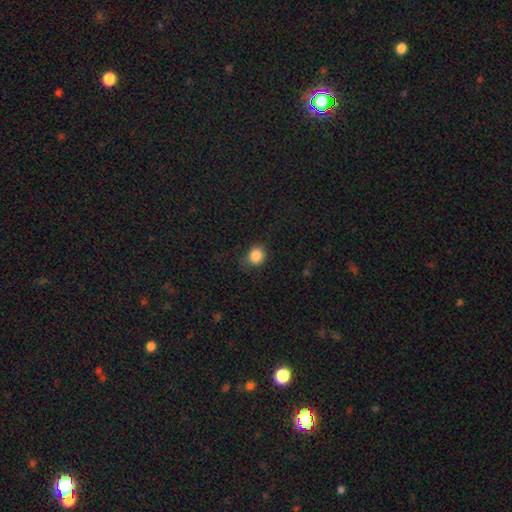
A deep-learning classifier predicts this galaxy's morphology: type=smooth (86%); roundness=round (78%); merging=none (73%).